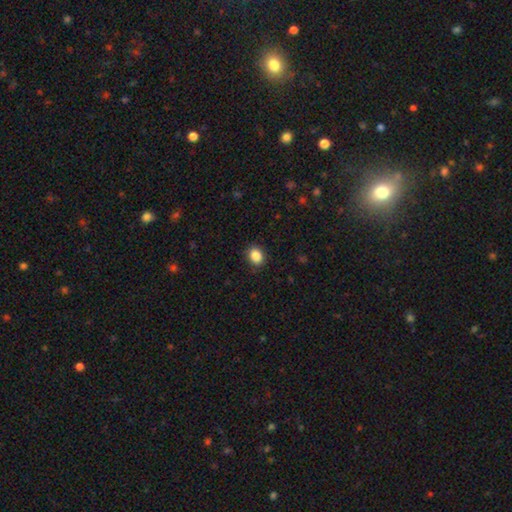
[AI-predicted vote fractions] Overall: smooth (87%). How rounded: in between (53%; round 46%). Merging: none (89%).